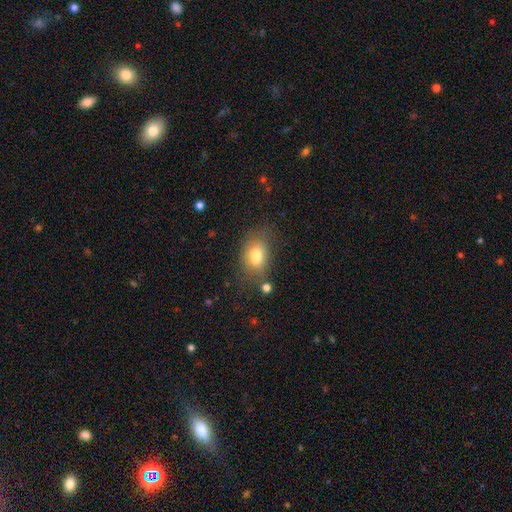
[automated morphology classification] smooth_or_featured: smooth (p=0.78) [alt: featured or disk p=0.12]
how_rounded: in between (p=0.76) [alt: round p=0.23]
merging: none (p=0.64) [alt: minor disturbance p=0.22]